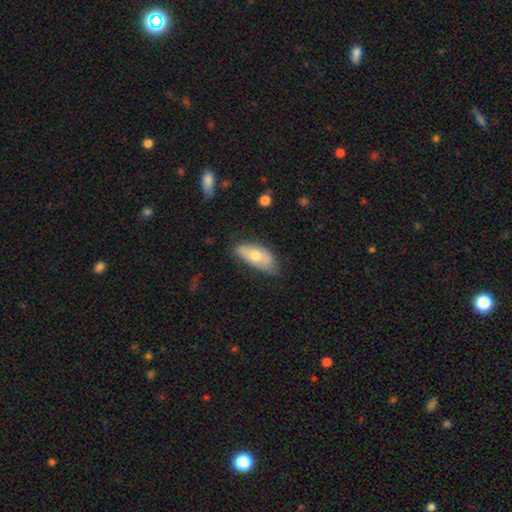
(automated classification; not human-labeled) smooth_or_featured: smooth (p=0.64) [alt: featured or disk p=0.29]
how_rounded: in between (p=0.85) [alt: cigar-shaped p=0.12]
merging: none (p=0.55) [alt: minor disturbance p=0.34]